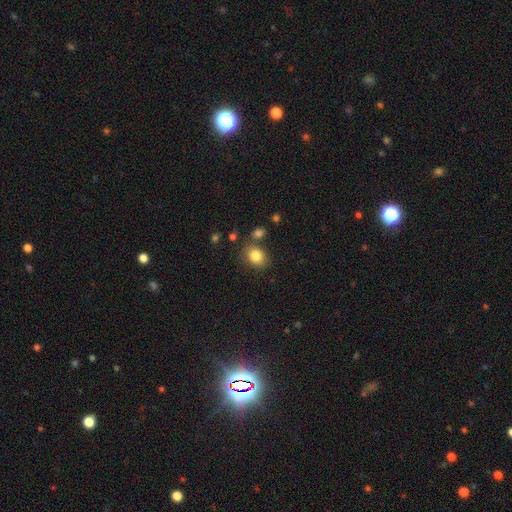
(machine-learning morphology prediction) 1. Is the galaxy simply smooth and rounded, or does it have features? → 83% smooth, 10% star or artifact, 7% featured or disk.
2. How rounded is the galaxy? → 59% in between, 40% round, 1% cigar-shaped.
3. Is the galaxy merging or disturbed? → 74% none, 13% minor disturbance, 9% merger, 4% major disturbance.